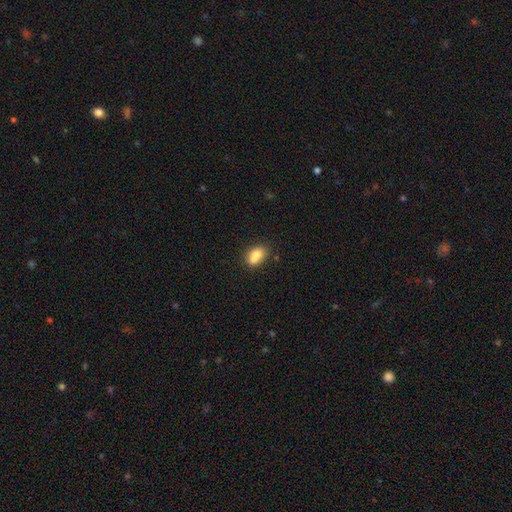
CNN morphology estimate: A smooth galaxy with no disk features (82%) that is in between round and cigar-shaped (84%).

Vote fractions:
- Smooth or featured? smooth: 82% / featured or disk: 9% / star or artifact: 9%
- How rounded? in between: 84% / round: 12% / cigar-shaped: 4%
- Merging? none: 58% / minor disturbance: 21% / merger: 16% / major disturbance: 5%